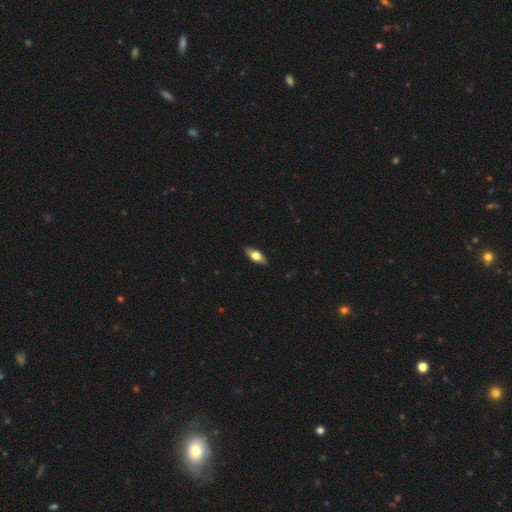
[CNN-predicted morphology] Overall: smooth (66%; featured or disk 28%). How rounded: in between (83%). Merging: none (88%).